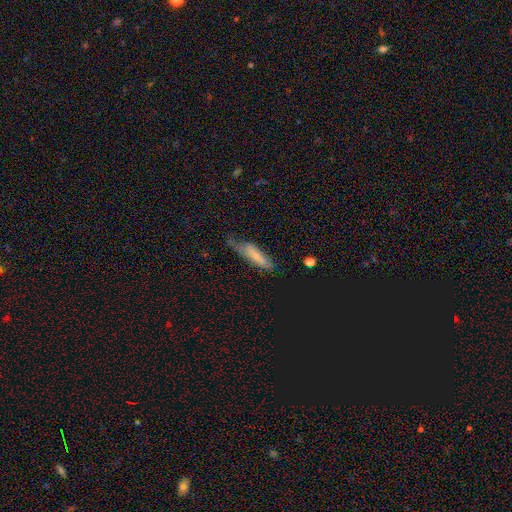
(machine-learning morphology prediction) Smooth or featured? Predicted: smooth (p=0.64). How rounded? Predicted: cigar-shaped (p=0.61). Merging? Predicted: none (p=0.44).